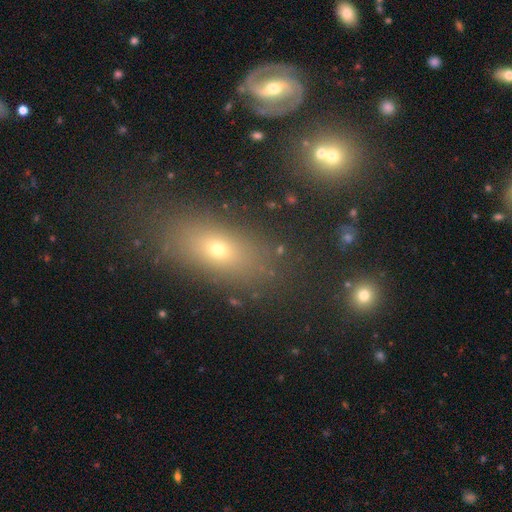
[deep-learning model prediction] This is possibly a smooth galaxy (56%). How rounded: likely in between (71%). Merging: clearly none (80%).